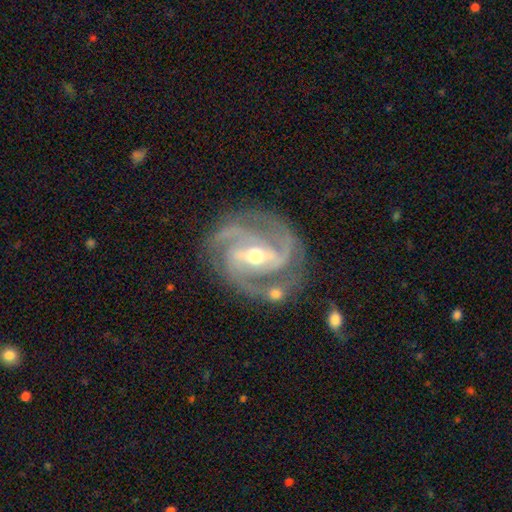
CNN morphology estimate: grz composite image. It shows a featured or disk galaxy (93%) with a strong bar (55%), 3 (53%) tight (48%) spiral arms (99%) and a moderate central bulge (58%). Merging: none (74%).